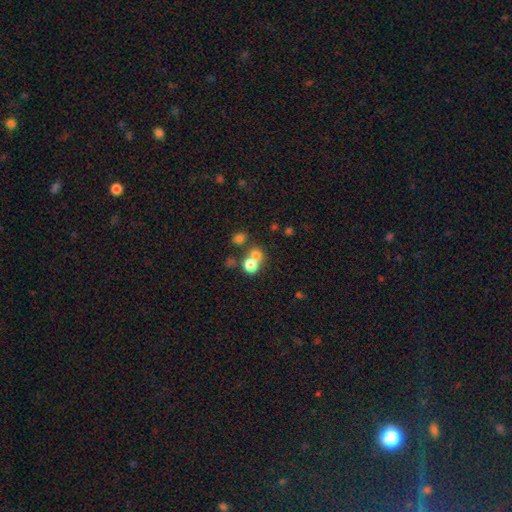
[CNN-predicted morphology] Smooth or featured: smooth — 74% (star or artifact — 14%)
How rounded: round — 78% (in between — 21%)
Merging: merger — 47% (none — 42%)